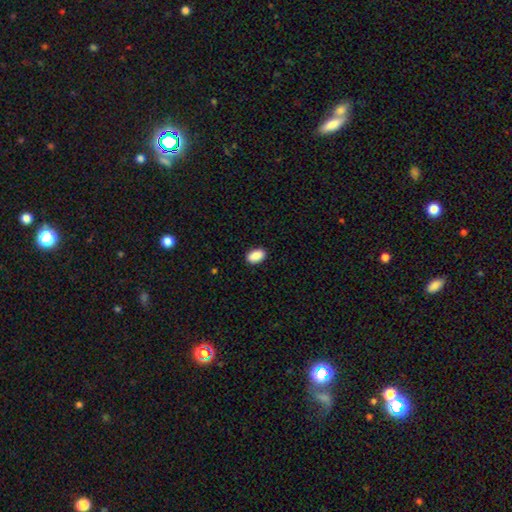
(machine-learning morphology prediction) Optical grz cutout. It shows a smooth galaxy with no disk features (91%) that is in between round and cigar-shaped (91%). Merging: none (90%).